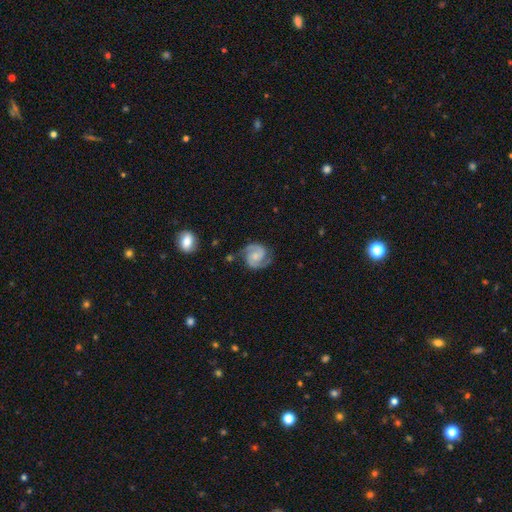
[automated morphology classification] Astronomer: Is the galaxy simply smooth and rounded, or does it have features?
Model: featured or disk — 85%.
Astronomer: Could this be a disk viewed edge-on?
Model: no — 98%.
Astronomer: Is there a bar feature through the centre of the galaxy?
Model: no — 60%.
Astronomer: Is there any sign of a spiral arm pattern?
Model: yes — 97%.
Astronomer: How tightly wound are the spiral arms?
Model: medium — 51% (runner-up: tight, 37%).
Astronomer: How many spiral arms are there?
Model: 2 — 92%.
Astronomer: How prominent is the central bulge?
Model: small — 44% (runner-up: moderate, 36%).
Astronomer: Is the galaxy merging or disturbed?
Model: none — 77%.